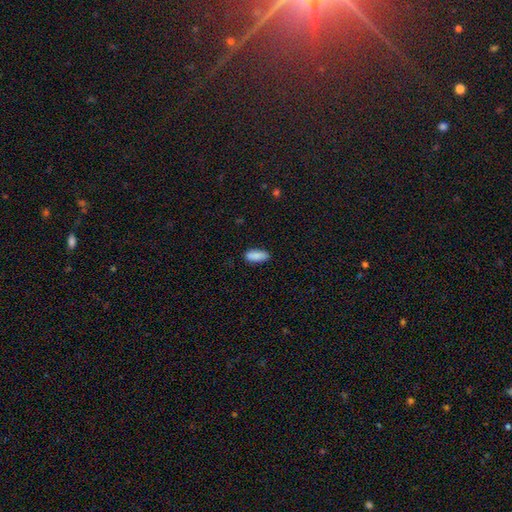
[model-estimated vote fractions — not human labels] This is clearly a smooth galaxy (88%). How rounded: likely in between (78%). Merging: clearly none (84%).